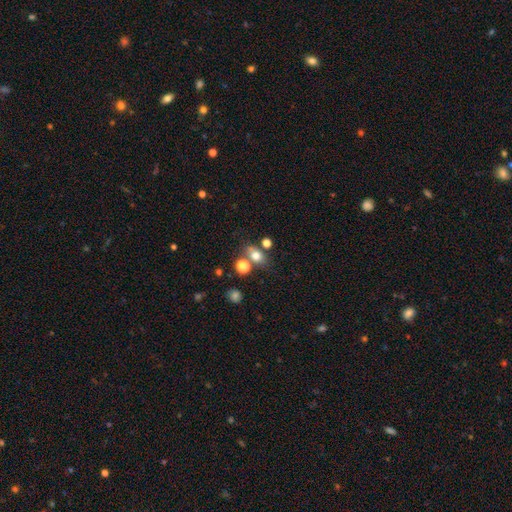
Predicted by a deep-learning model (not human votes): Smooth or featured: smooth — 72% (star or artifact — 16%)
How rounded: in between — 53% (round — 45%)
Merging: none — 62% (merger — 19%)